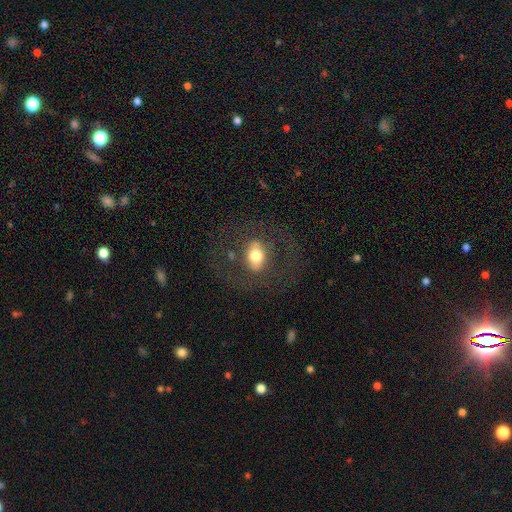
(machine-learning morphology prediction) The model was most divided on "smooth or featured": smooth: 57%, featured or disk: 33%, star or artifact: 9%. More confident: how rounded — in between (72%); merging — none (70%).